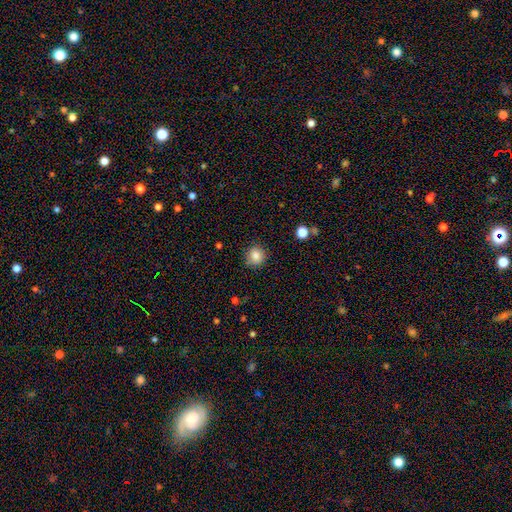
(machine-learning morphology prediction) type=smooth (84%); roundness=round (90%); merging=none (88%).